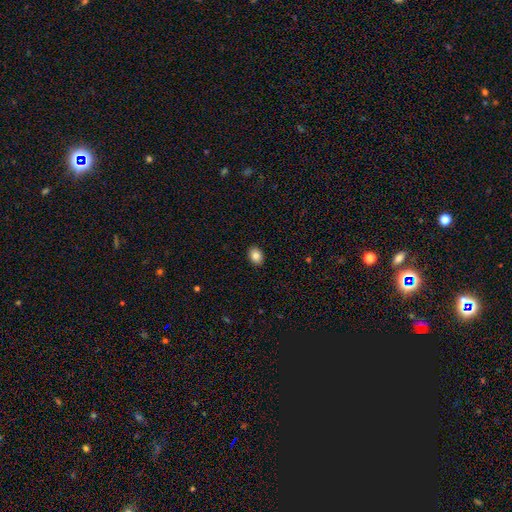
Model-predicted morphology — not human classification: This appears to be a smooth galaxy with no disk features (85%) that is in between round and cigar-shaped (69%). Merging: none (91%).